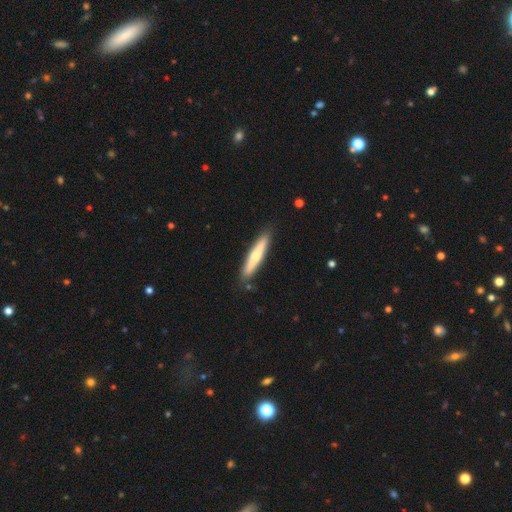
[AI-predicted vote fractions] Smooth or featured? Predicted: smooth (p=0.55). How rounded? Predicted: cigar-shaped (p=0.92). Merging? Predicted: none (p=0.87).